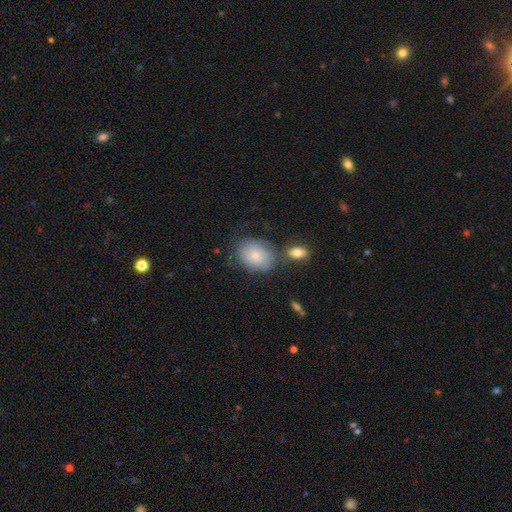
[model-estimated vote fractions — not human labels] This appears to be a smooth galaxy with no disk features (76%) that is in between round and cigar-shaped (59%). Merging: none (60%).